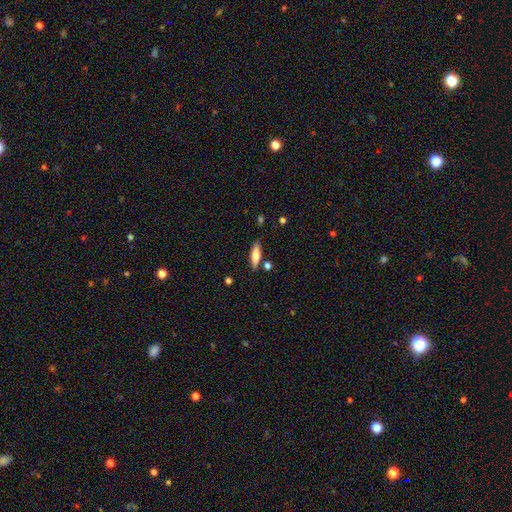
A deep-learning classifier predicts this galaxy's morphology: Overall: smooth (66%; featured or disk 27%). How rounded: cigar-shaped (62%; in between 36%). Merging: none (80%).